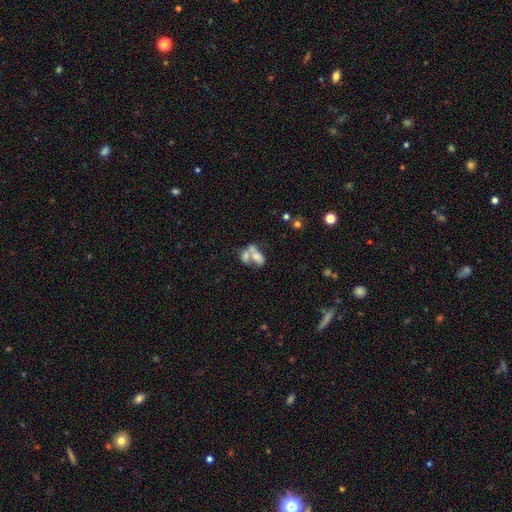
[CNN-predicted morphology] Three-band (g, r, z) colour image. It shows a smooth galaxy with no disk features (60%) that is in between round and cigar-shaped (84%). Merging: merger (66%).